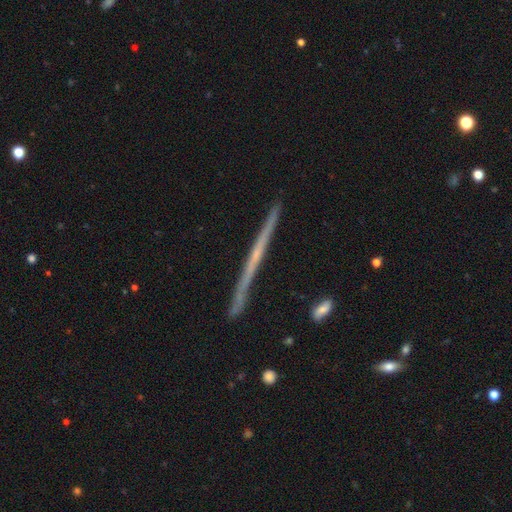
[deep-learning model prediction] Smooth or featured: featured or disk — 73% (smooth — 21%)
Edge-on disk: yes — 98% (no — 2%)
Edge-on bulge: none — 73% (rounded — 21%)
Merging: none — 89% (minor disturbance — 8%)